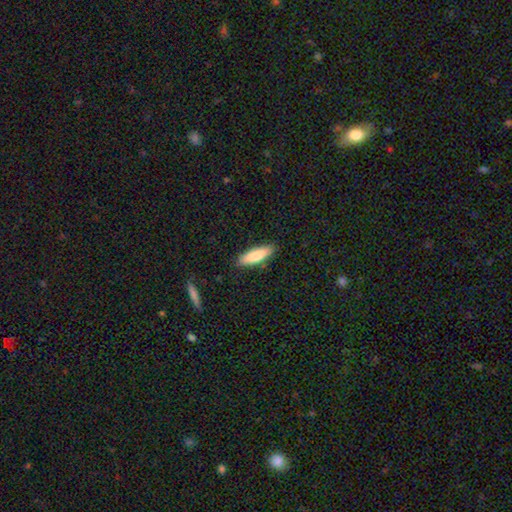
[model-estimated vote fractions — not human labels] smooth_or_featured: smooth (p=0.78) [alt: featured or disk p=0.16]
how_rounded: cigar-shaped (p=0.56) [alt: in between p=0.42]
merging: none (p=0.87) [alt: minor disturbance p=0.09]